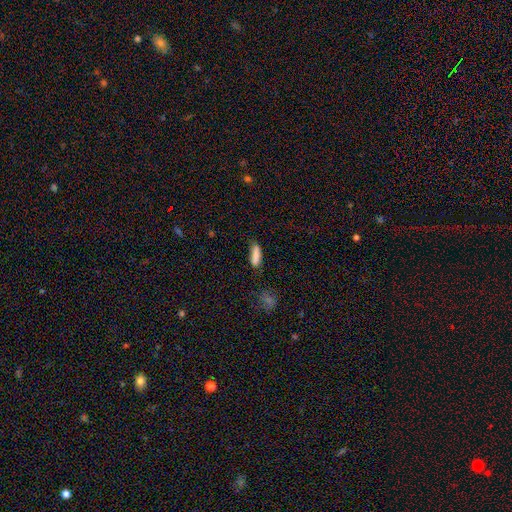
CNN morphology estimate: This appears to be a smooth galaxy with no disk features (85%) that is cigar-shaped (57%). Merging: none (65%).